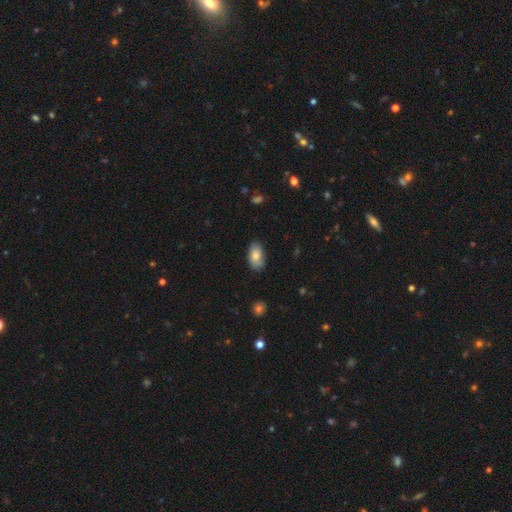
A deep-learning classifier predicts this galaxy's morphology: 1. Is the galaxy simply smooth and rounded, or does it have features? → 81% smooth, 12% featured or disk, 7% star or artifact.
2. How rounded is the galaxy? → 94% in between, 4% round, 2% cigar-shaped.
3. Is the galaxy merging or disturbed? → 81% none, 16% minor disturbance, 3% major disturbance, 1% merger.